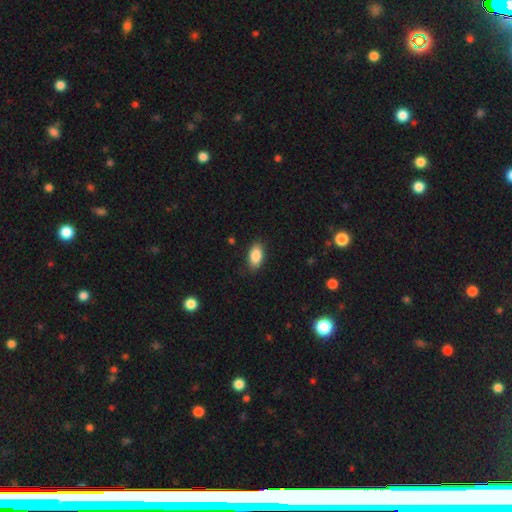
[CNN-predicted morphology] Overall: smooth (87%). How rounded: in between (92%). Merging: none (84%).